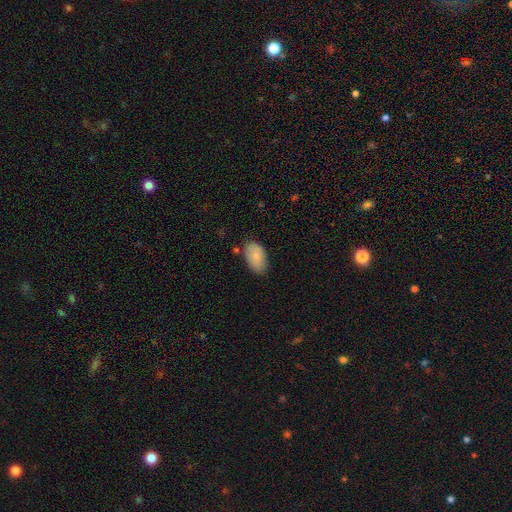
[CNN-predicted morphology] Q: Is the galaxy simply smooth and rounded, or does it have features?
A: smooth — 83%.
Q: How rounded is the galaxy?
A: in between — 94%.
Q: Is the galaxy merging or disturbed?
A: none — 73%.